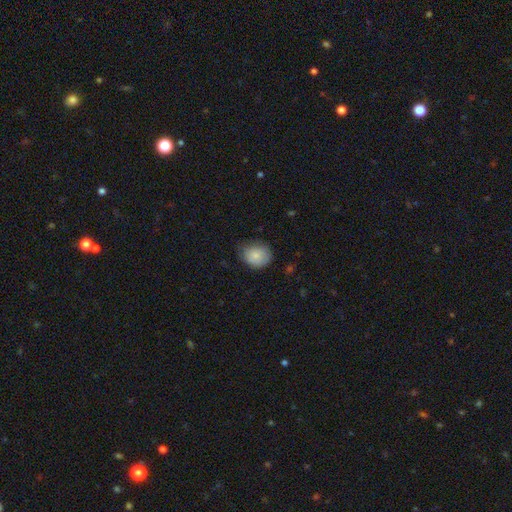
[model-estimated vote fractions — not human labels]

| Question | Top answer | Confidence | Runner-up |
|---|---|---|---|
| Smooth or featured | smooth | 83% | featured or disk (9%) |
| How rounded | round | 57% | in between (42%) |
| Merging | none | 64% | minor disturbance (28%) |